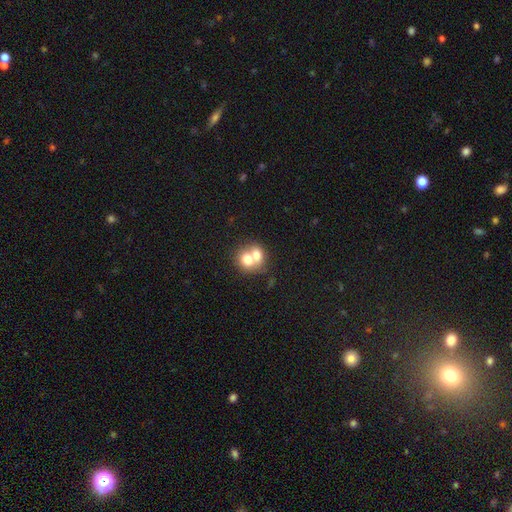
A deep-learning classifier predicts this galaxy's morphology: smooth 68%, featured or disk 23%, star or artifact 9%. Down the decision tree: how rounded — round (66%); merging — merger (68%).